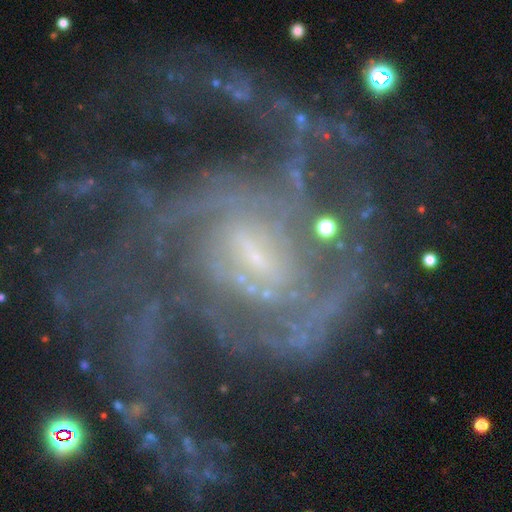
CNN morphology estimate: Overall: featured or disk (90%). Edge-on disk: no (98%). Bar: weak (51%; no 29%). Spiral arms: yes (97%). Spiral arm count: 2 (29%; can't tell 22%). Spiral winding: medium (46%; tight 37%). Bulge size: small (62%; moderate 24%). Merging: none (52%; major disturbance 28%).